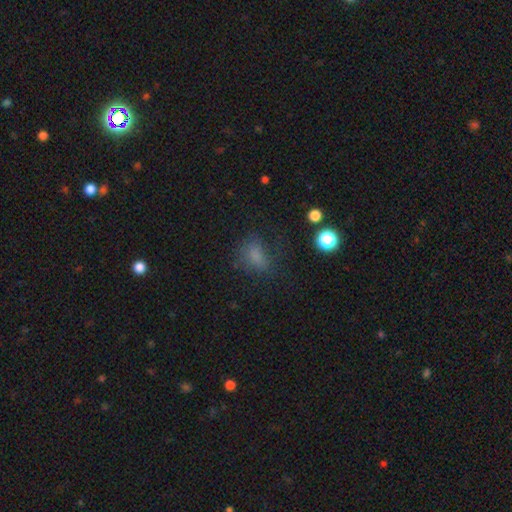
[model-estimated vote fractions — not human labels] A smooth galaxy with no disk features (71%) that is in between round and cigar-shaped (70%).

Vote fractions:
- Smooth or featured? smooth: 71% / star or artifact: 18% / featured or disk: 11%
- How rounded? in between: 70% / round: 27% / cigar-shaped: 3%
- Merging? none: 55% / minor disturbance: 23% / major disturbance: 19% / merger: 3%